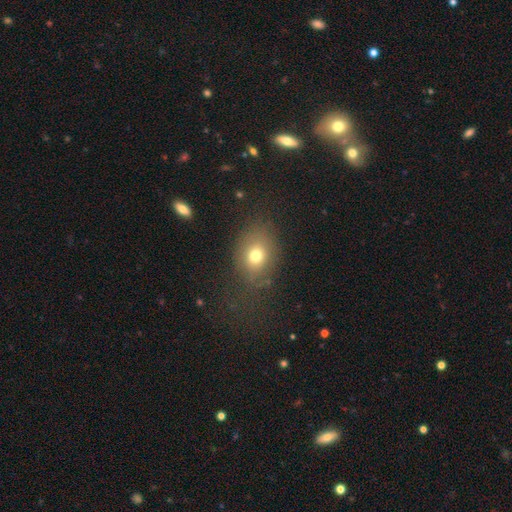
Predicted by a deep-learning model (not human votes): This appears to be a smooth galaxy with no disk features (73%) that is in between round and cigar-shaped (54%). Merging: none (71%).